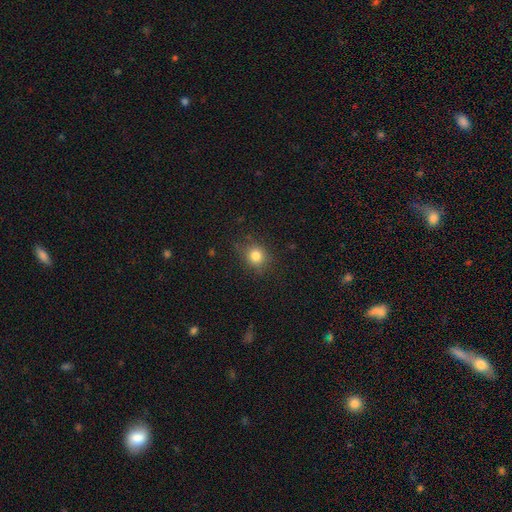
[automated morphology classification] Smooth or featured? smooth (81%)
How rounded? round (79%)
Merging? none (81%)